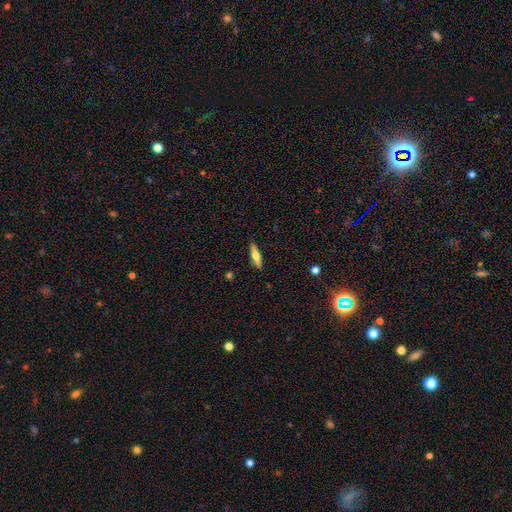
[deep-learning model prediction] Smooth or featured? Predicted: smooth (p=0.50). Merging? Predicted: none (p=0.87).